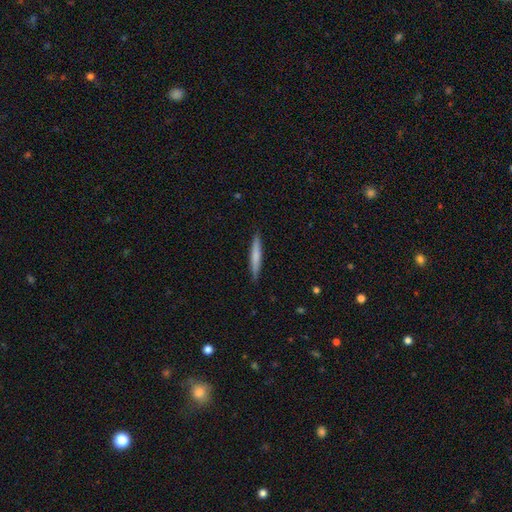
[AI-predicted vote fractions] Smooth or featured? Predicted: smooth (p=0.67). How rounded? Predicted: cigar-shaped (p=0.95). Merging? Predicted: none (p=0.89).